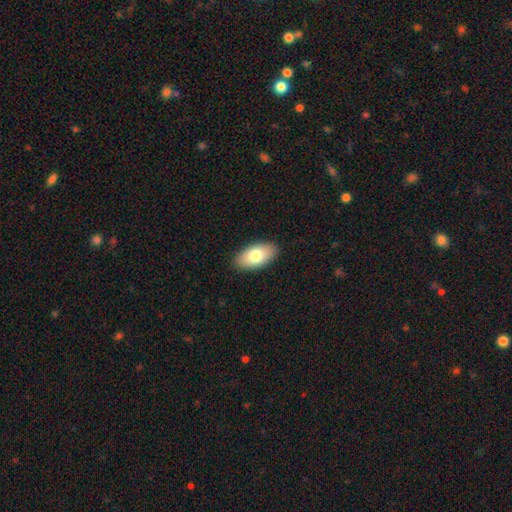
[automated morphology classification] Smooth or featured? Predicted: smooth (p=0.77). How rounded? Predicted: in between (p=0.95). Merging? Predicted: none (p=0.89).